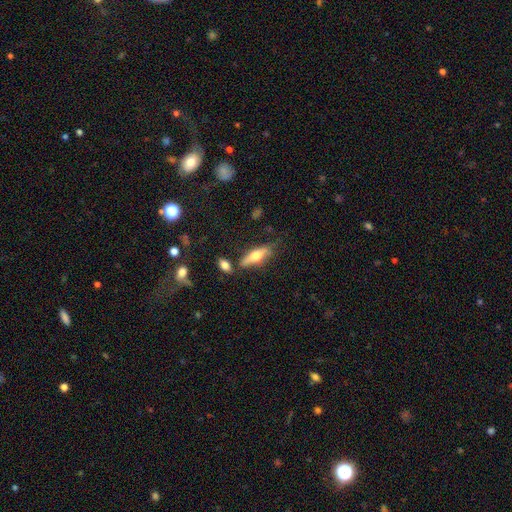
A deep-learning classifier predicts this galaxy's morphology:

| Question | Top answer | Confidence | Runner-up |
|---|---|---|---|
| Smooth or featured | smooth | 52% | featured or disk (41%) |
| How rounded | cigar-shaped | 50% | in between (47%) |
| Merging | none | 66% | minor disturbance (20%) |